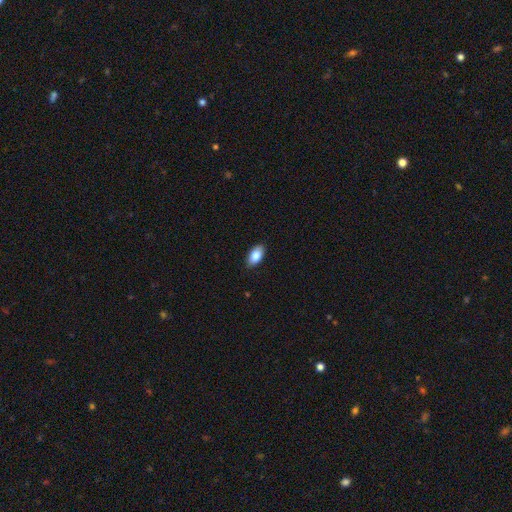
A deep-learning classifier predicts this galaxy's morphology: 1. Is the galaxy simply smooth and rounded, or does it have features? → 85% smooth, 8% featured or disk, 7% star or artifact.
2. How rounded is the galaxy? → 93% in between, 4% round, 3% cigar-shaped.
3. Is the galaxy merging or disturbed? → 87% none, 10% minor disturbance, 2% major disturbance, 1% merger.